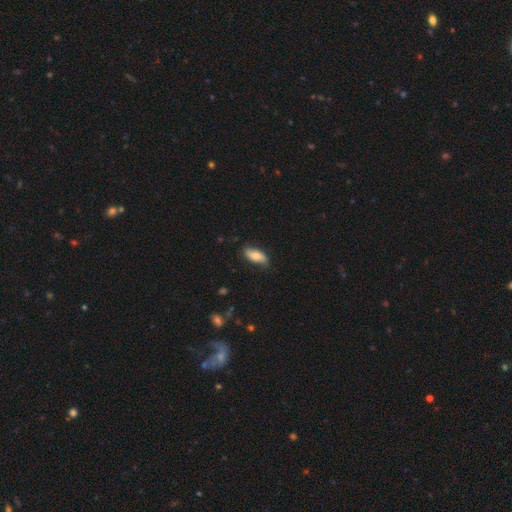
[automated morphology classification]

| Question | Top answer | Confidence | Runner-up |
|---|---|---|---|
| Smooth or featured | smooth | 68% | featured or disk (26%) |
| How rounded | in between | 84% | cigar-shaped (14%) |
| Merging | none | 79% | minor disturbance (17%) |